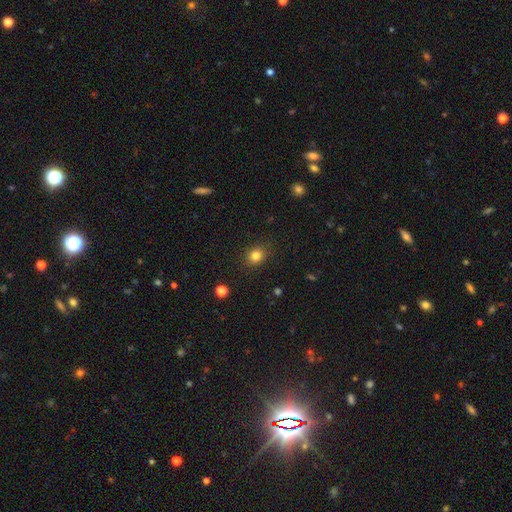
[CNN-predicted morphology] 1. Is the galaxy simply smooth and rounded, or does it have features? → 82% smooth, 12% star or artifact, 6% featured or disk.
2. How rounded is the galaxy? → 63% round, 36% in between, 1% cigar-shaped.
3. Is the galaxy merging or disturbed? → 87% none, 10% minor disturbance, 3% major disturbance, 1% merger.